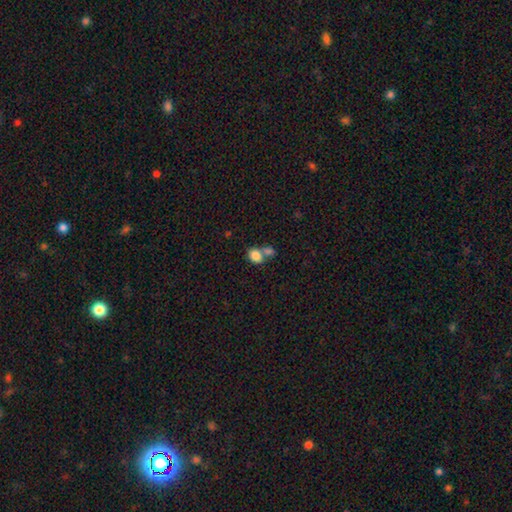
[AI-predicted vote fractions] smooth_or_featured: smooth (p=0.83) [alt: star or artifact p=0.09]
how_rounded: in between (p=0.65) [alt: round p=0.33]
merging: merger (p=0.50) [alt: none p=0.36]